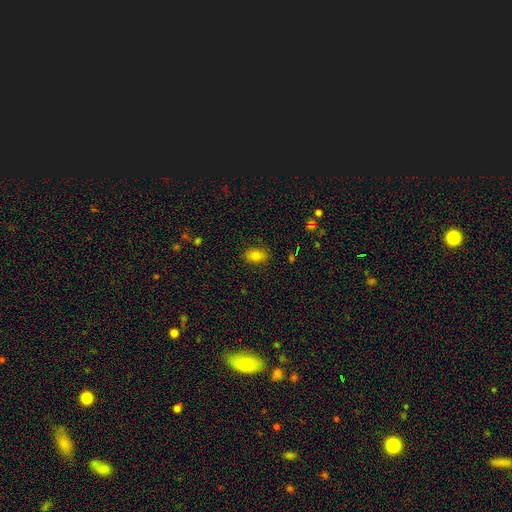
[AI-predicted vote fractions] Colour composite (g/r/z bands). It shows a smooth galaxy with no disk features (80%) that is in between round and cigar-shaped (80%). Merging: none (86%).